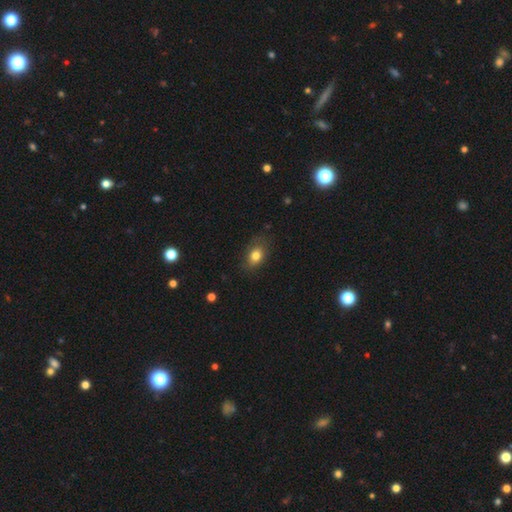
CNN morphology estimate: Smooth or featured? Predicted: smooth (p=0.79). How rounded? Predicted: in between (p=0.75). Merging? Predicted: none (p=0.73).